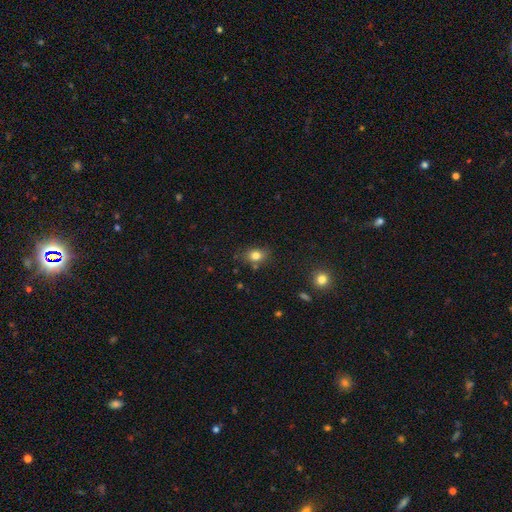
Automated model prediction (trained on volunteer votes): smooth_or_featured: smooth (p=0.81) [alt: star or artifact p=0.12]
how_rounded: in between (p=0.55) [alt: round p=0.43]
merging: none (p=0.74) [alt: minor disturbance p=0.17]